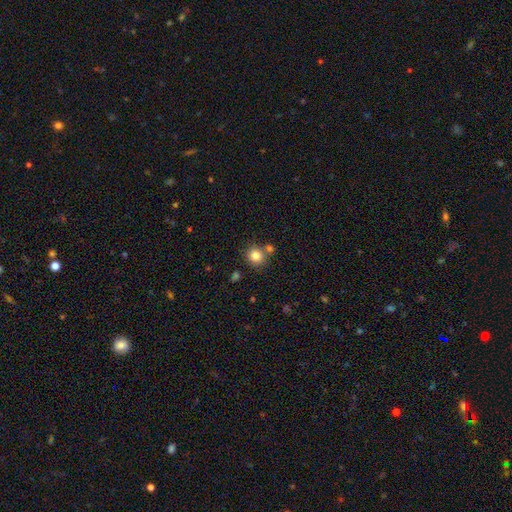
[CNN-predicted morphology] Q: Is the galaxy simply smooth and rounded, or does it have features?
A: smooth — 83%.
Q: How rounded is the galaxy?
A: round — 88%.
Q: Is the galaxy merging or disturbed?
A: none — 72%.